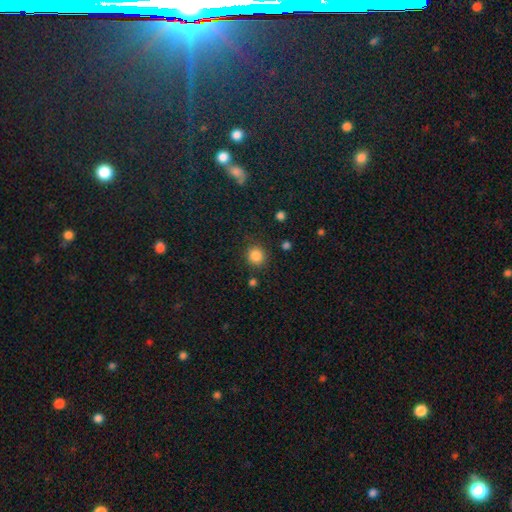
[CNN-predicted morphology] smooth 85%, star or artifact 11%, featured or disk 4%. Down the decision tree: how rounded — round (90%); merging — none (85%).